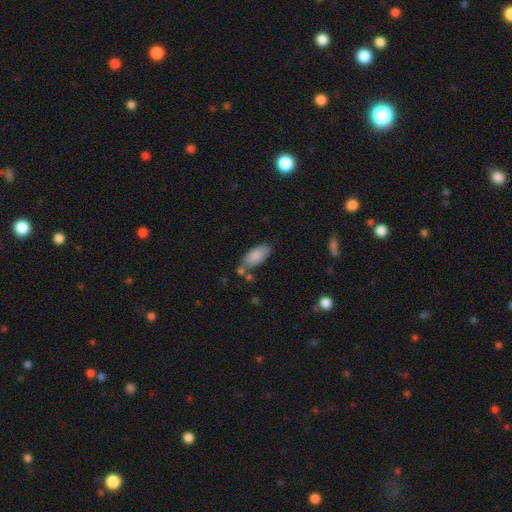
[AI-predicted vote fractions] This is clearly a smooth galaxy (85%). How rounded: clearly in between (88%). Merging: possibly none (60%).